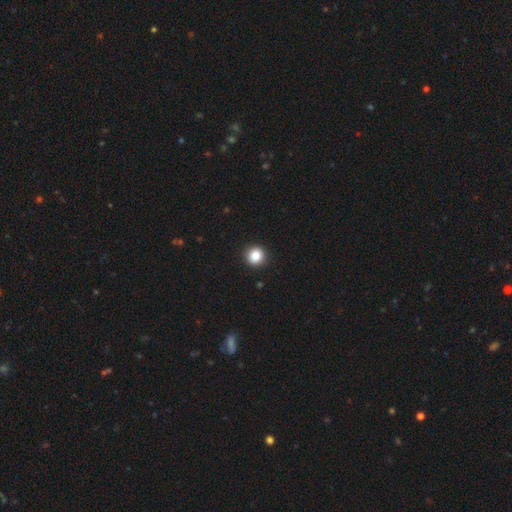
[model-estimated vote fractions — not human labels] Q: Smooth or featured?
A: smooth (85%); runner-up: star or artifact (10%)
Q: How rounded?
A: round (94%); runner-up: in between (5%)
Q: Merging?
A: none (93%); runner-up: minor disturbance (4%)